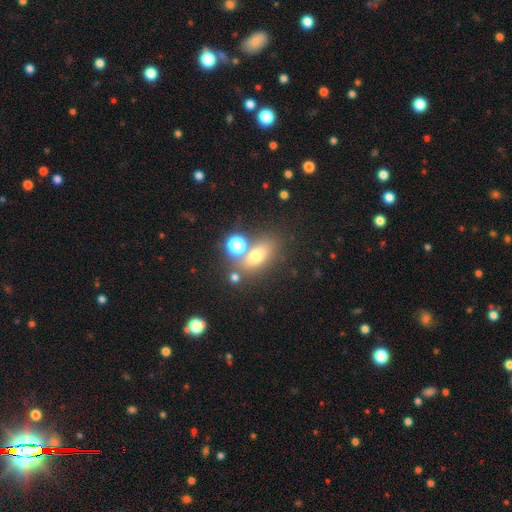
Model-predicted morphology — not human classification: smooth 64%, star or artifact 19%, featured or disk 17%. Down the decision tree: how rounded — in between (66%); merging — none (64%).